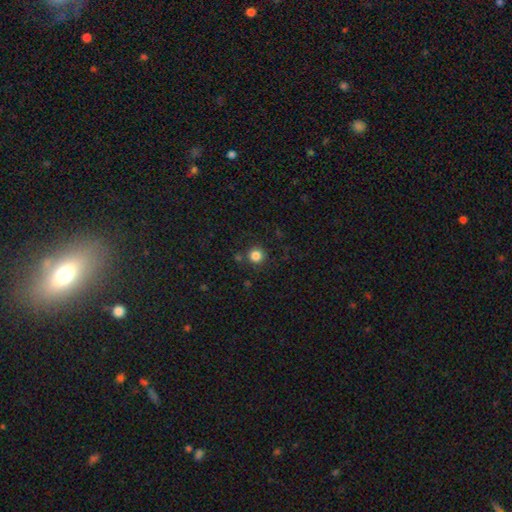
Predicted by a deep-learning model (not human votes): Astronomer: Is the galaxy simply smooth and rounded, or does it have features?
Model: smooth — 84%.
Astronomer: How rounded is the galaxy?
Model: round — 95%.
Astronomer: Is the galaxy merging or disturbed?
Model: none — 87%.